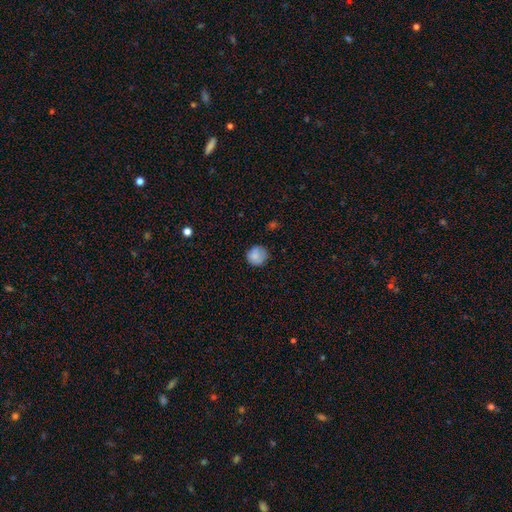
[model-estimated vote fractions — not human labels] This appears to be a smooth galaxy with no disk features (83%) that is round (91%). Merging: none (78%).